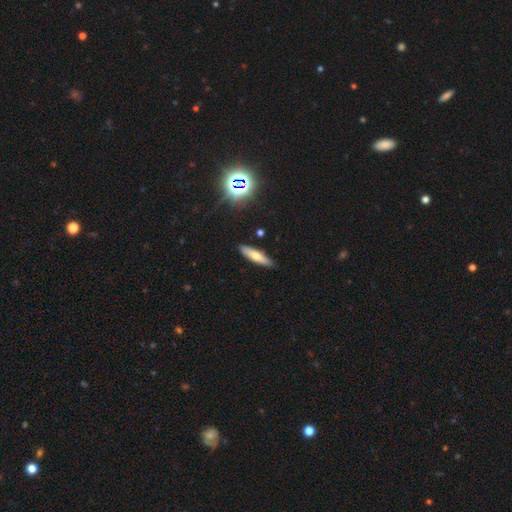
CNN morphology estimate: Q: Smooth or featured?
A: smooth (63%); runner-up: featured or disk (27%)
Q: How rounded?
A: cigar-shaped (71%); runner-up: in between (27%)
Q: Merging?
A: none (86%); runner-up: minor disturbance (10%)